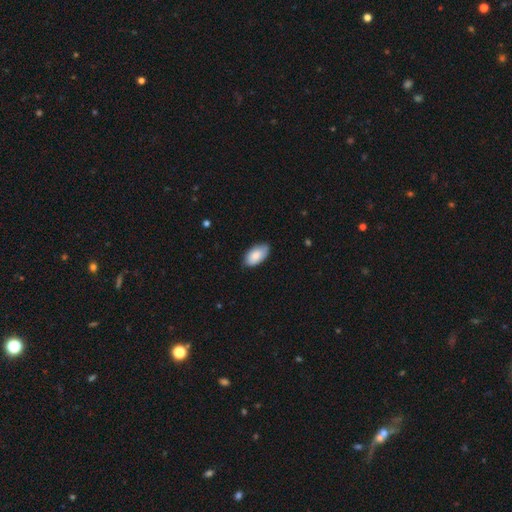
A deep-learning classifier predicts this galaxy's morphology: Smooth or featured? smooth (83%)
How rounded? in between (95%)
Merging? none (79%)